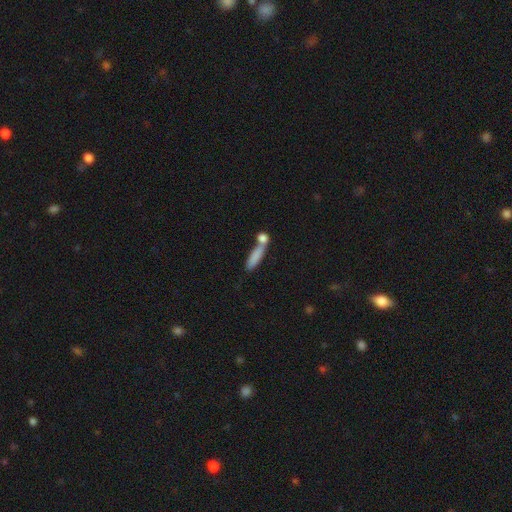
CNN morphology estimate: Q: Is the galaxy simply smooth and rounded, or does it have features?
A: smooth — 79%.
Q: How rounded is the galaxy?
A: cigar-shaped — 66%.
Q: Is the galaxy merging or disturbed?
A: none — 43%.